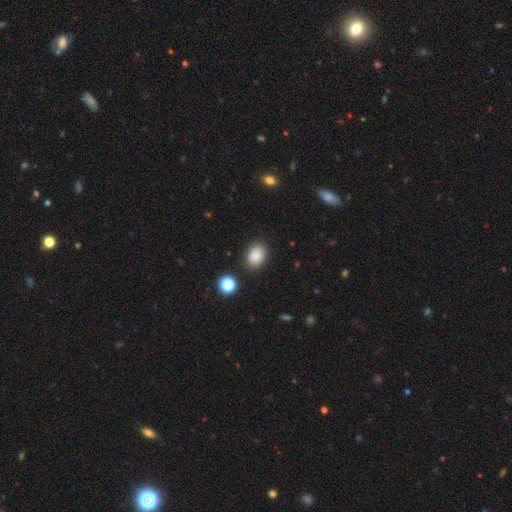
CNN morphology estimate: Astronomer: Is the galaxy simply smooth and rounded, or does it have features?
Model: smooth — 86%.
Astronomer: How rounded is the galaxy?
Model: in between — 70%.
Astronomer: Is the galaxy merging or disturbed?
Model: none — 85%.